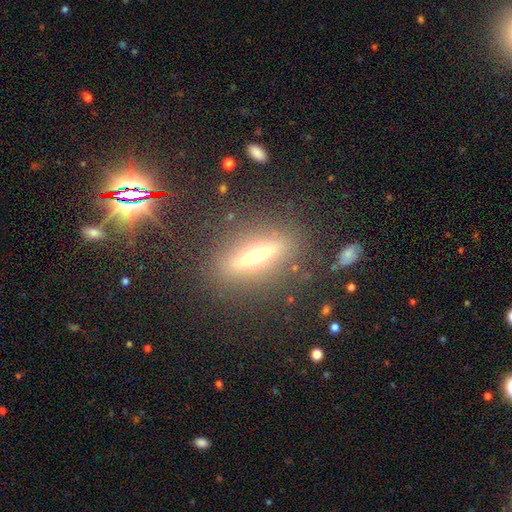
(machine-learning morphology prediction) The model was most divided on "smooth or featured": featured or disk: 57%, smooth: 32%, star or artifact: 11%. More confident: merging — none (85%); edge-on disk — yes (83%).